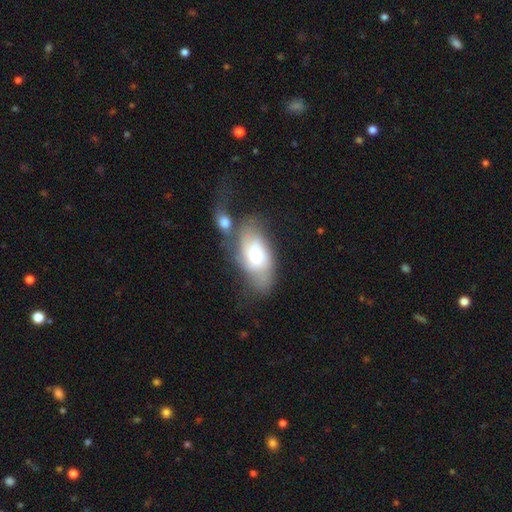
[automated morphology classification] Smooth or featured: smooth — 53% (featured or disk — 39%)
How rounded: in between — 88% (round — 8%)
Merging: none — 32% (merger — 29%)